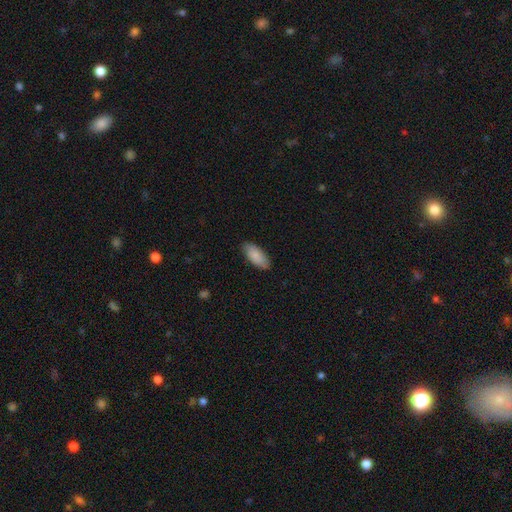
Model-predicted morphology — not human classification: smooth 87%, featured or disk 7%, star or artifact 6%. Down the decision tree: how rounded — in between (89%); merging — none (86%).